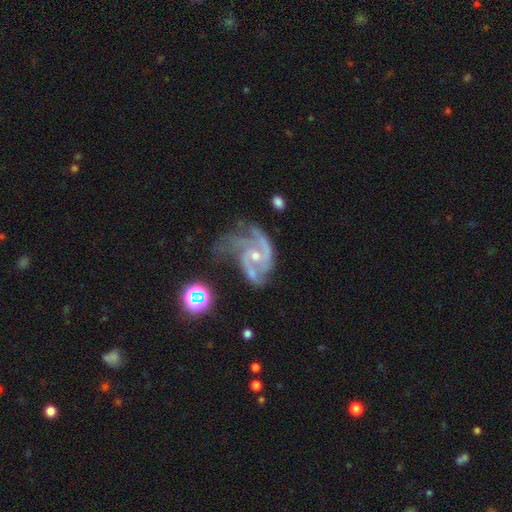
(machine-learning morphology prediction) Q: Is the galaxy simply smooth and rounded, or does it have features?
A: featured or disk — 89%.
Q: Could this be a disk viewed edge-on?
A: no — 98%.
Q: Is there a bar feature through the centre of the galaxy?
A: no — 57%.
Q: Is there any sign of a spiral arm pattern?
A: yes — 97%.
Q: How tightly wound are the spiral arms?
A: medium — 52%.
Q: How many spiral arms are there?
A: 2 — 56%.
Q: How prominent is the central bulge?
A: small — 54%.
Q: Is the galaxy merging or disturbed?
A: none — 36%.